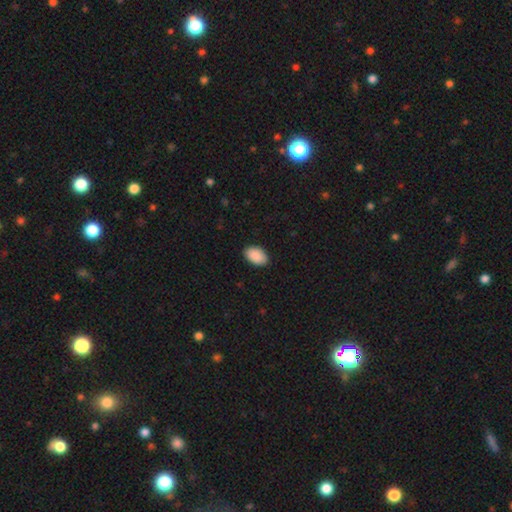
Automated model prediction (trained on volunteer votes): smooth 91%, star or artifact 6%, featured or disk 3%. Down the decision tree: how rounded — in between (93%); merging — none (88%).